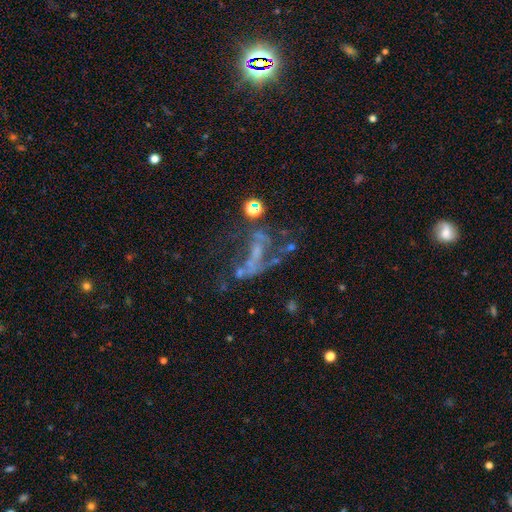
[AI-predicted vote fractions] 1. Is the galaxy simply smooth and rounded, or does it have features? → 61% featured or disk, 24% star or artifact, 14% smooth.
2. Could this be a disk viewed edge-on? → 93% no, 7% yes.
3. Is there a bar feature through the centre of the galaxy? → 60% no, 24% weak, 16% strong.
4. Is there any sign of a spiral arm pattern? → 61% no, 39% yes.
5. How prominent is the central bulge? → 52% none, 31% small, 13% moderate, 2% large, 1% dominant.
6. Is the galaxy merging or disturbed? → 37% major disturbance, 32% none, 18% merger, 14% minor disturbance.